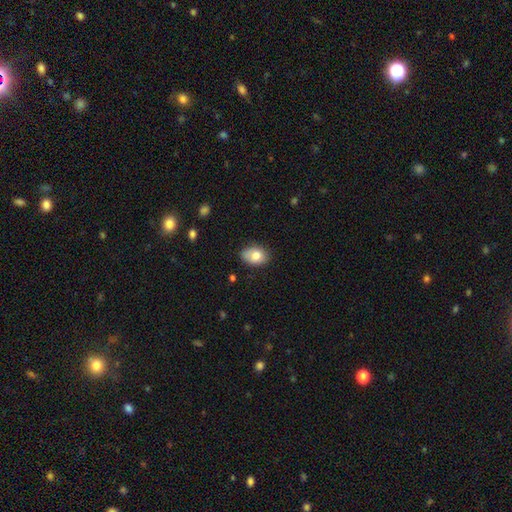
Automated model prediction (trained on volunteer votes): The model was most divided on "merging": none: 74%, minor disturbance: 21%, major disturbance: 4%, merger: 2%. More confident: smooth or featured — smooth (80%); how rounded — in between (78%).